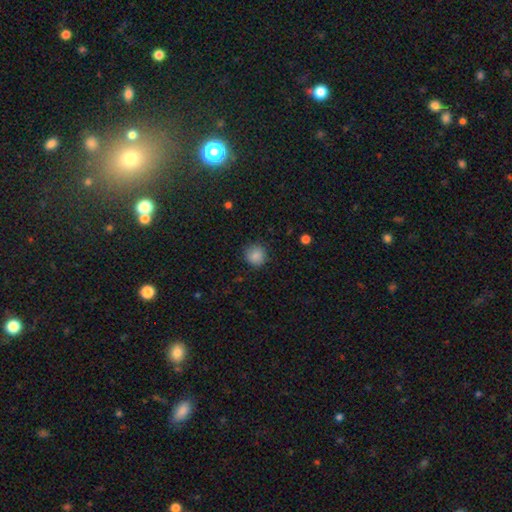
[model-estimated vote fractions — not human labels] Smooth or featured?
  - smooth: 87% *
  - star or artifact: 9%
  - featured or disk: 4%
How rounded?
  - round: 92% *
  - in between: 7%
  - cigar-shaped: 1%
Merging?
  - none: 86% *
  - minor disturbance: 10%
  - major disturbance: 3%
  - merger: 1%